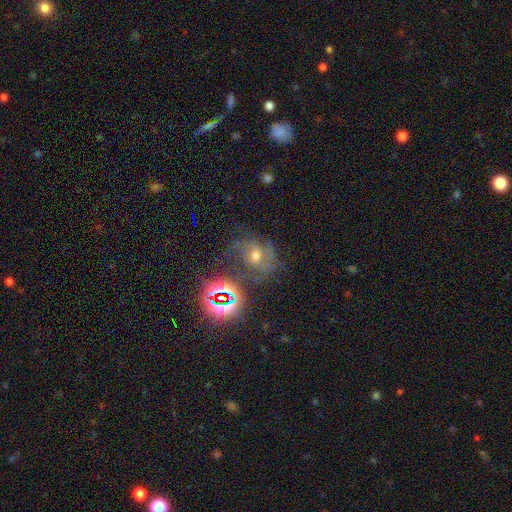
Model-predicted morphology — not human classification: Smooth or featured: featured or disk — 43% (smooth — 30%)
Merging: none — 50% (major disturbance — 22%)